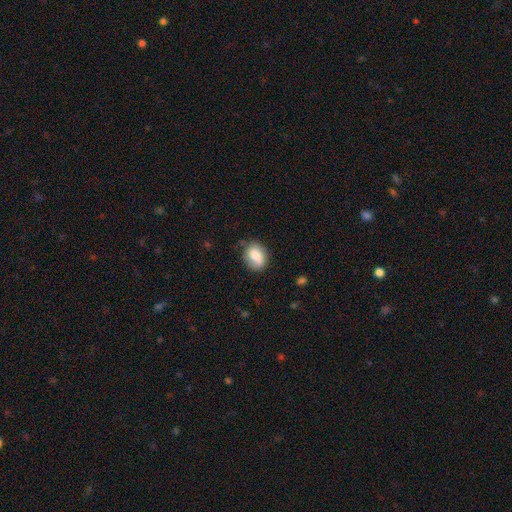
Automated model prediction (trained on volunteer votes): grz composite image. It shows a smooth galaxy with no disk features (80%) that is in between round and cigar-shaped (58%). Merging: none (68%).